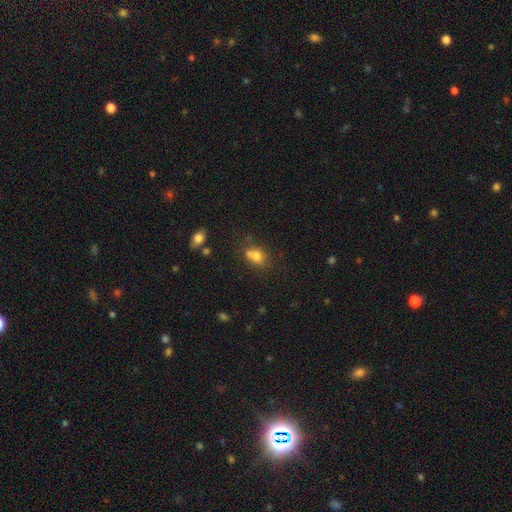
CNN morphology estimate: type=smooth (75%); roundness=round (49%, tied with in between); merging=none (47%).